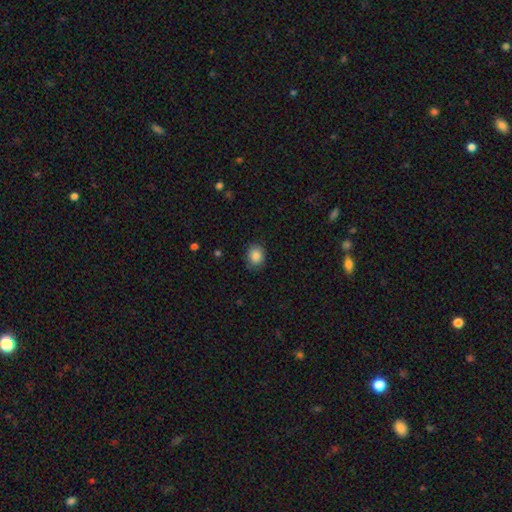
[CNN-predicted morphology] Smooth or featured: smooth — 86% (star or artifact — 8%)
How rounded: round — 61% (in between — 38%)
Merging: none — 82% (minor disturbance — 14%)